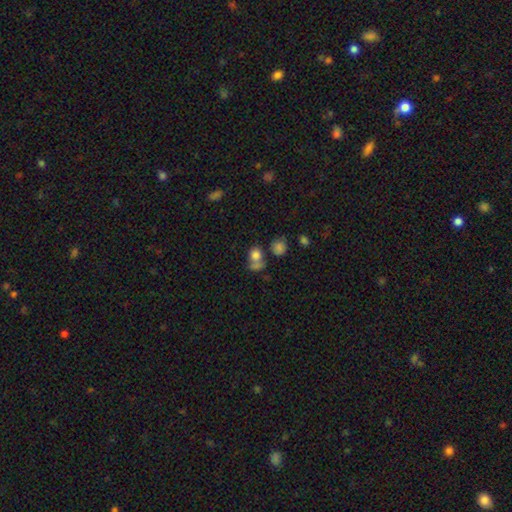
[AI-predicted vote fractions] Smooth or featured?
  - smooth: 76% *
  - star or artifact: 14%
  - featured or disk: 10%
How rounded?
  - round: 71% *
  - in between: 28%
  - cigar-shaped: 1%
Merging?
  - merger: 40% *
  - none: 39%
  - minor disturbance: 12%
  - major disturbance: 9%